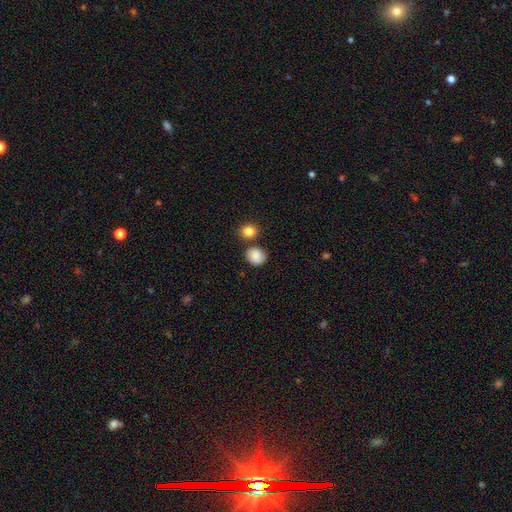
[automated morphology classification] smooth 85%, star or artifact 9%, featured or disk 6%. Down the decision tree: how rounded — round (75%); merging — none (71%).